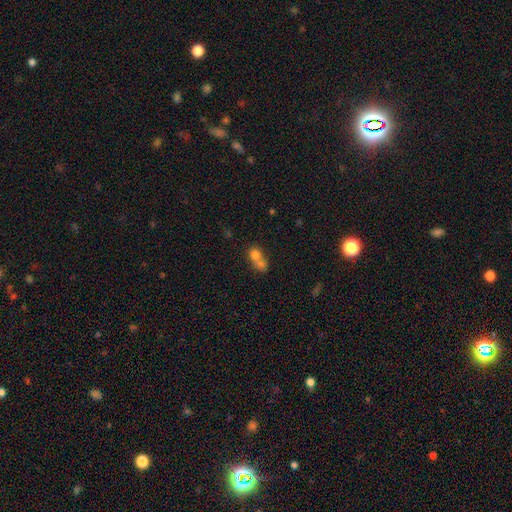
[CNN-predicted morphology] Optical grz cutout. It shows a smooth galaxy with no disk features (70%) that is round (65%). Merging: merger (69%).